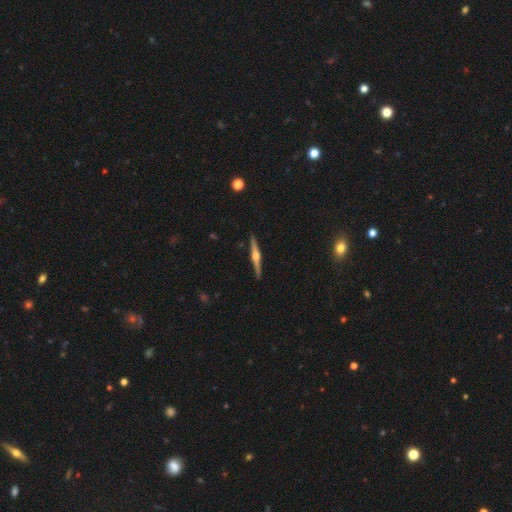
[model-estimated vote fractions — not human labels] The model was most divided on "smooth or featured": featured or disk: 80%, smooth: 15%, star or artifact: 5%. More confident: edge-on disk — yes (99%); merging — none (92%); edge-on bulge — rounded (89%).